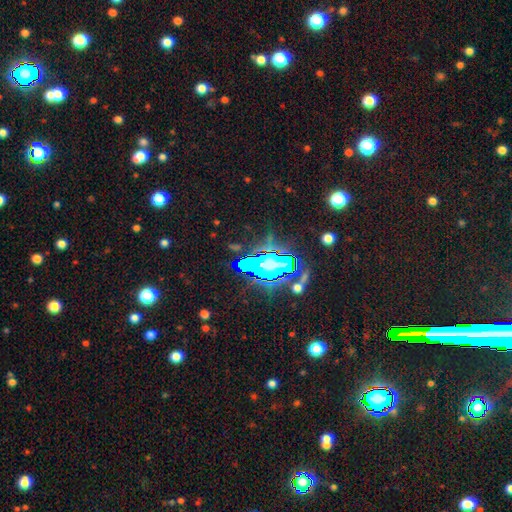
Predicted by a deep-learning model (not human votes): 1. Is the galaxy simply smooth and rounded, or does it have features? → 68% star or artifact, 18% smooth, 14% featured or disk.